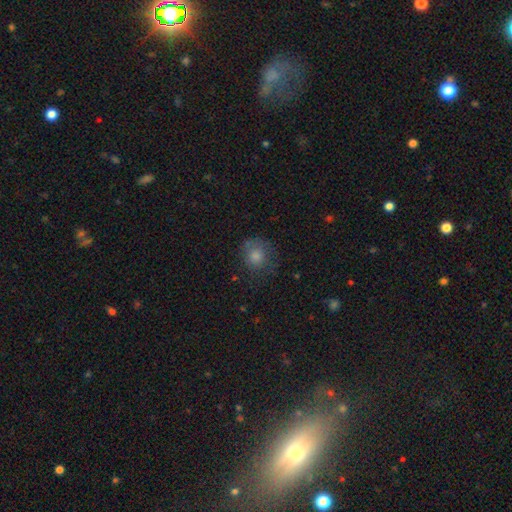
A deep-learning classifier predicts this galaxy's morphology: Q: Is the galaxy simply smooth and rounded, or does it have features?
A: smooth — 68%.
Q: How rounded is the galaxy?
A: round — 83%.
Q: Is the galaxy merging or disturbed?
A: none — 66%.